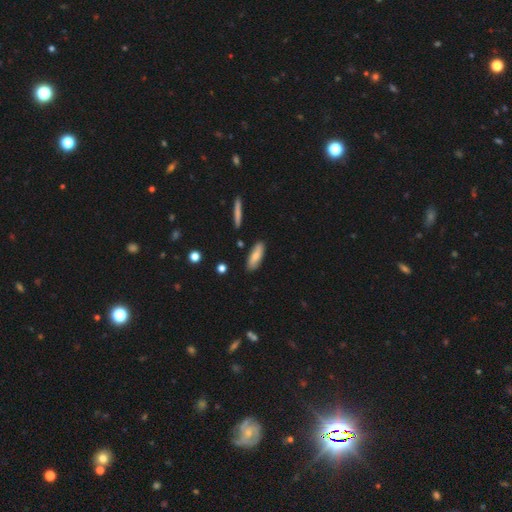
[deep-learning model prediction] Overall: smooth (76%). How rounded: in between (60%; cigar-shaped 38%). Merging: none (84%).